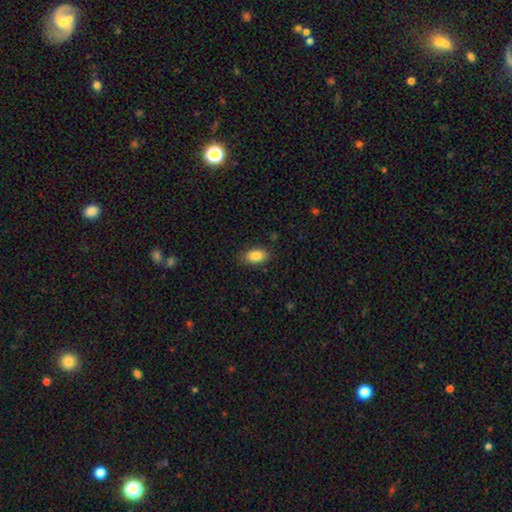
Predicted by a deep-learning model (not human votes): smooth 87%, star or artifact 8%, featured or disk 5%. Down the decision tree: how rounded — in between (91%); merging — none (85%).